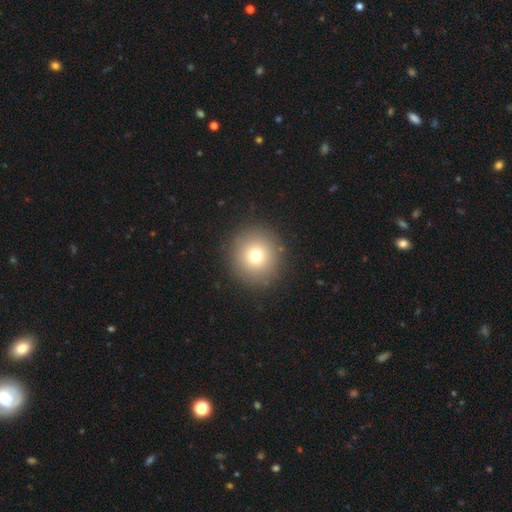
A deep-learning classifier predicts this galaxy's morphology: Q: Smooth or featured?
A: smooth (74%); runner-up: star or artifact (14%)
Q: How rounded?
A: round (95%); runner-up: in between (4%)
Q: Merging?
A: none (91%); runner-up: minor disturbance (6%)